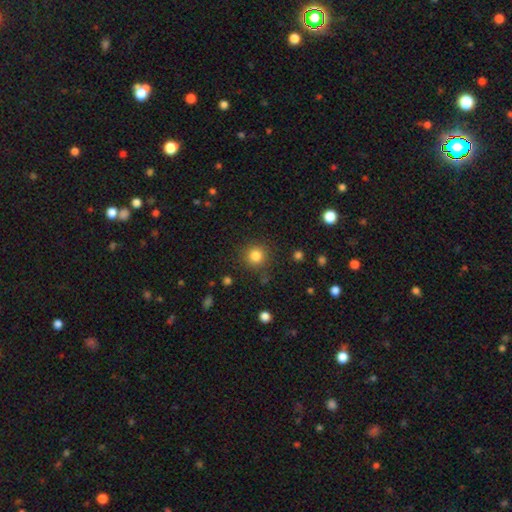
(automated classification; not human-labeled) Smooth or featured?
  - smooth: 82% *
  - star or artifact: 12%
  - featured or disk: 5%
How rounded?
  - round: 93% *
  - in between: 6%
  - cigar-shaped: 1%
Merging?
  - none: 87% *
  - minor disturbance: 8%
  - major disturbance: 3%
  - merger: 2%